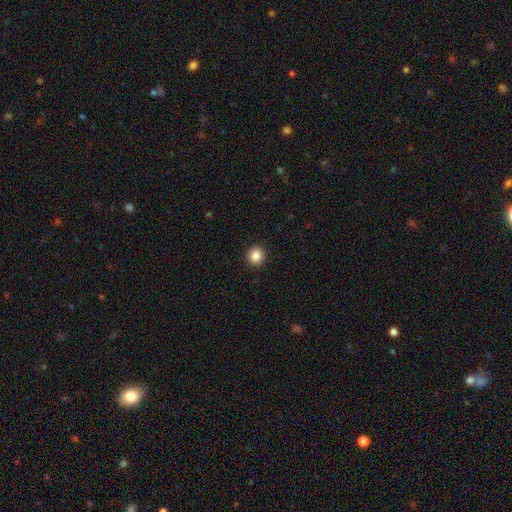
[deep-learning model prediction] This is clearly a smooth galaxy (86%). How rounded: clearly round (92%). Merging: clearly none (93%).